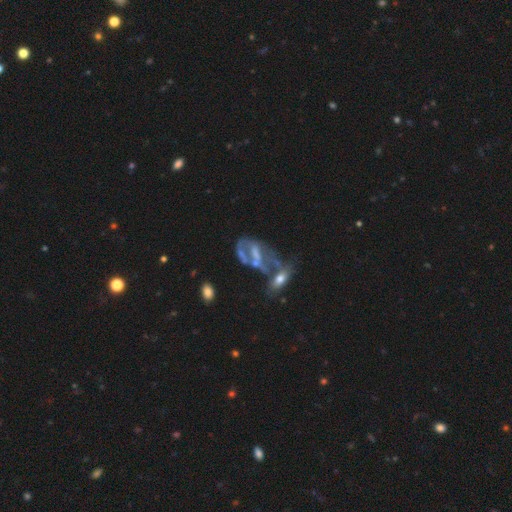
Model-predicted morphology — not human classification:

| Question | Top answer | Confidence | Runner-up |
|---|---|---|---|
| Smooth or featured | featured or disk | 65% | smooth (22%) |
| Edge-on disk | no | 94% | yes (6%) |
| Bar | no | 58% | weak (25%) |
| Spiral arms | no | 73% | yes (27%) |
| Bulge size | none | 48% | small (23%) |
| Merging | merger | 34% | major disturbance (31%) |